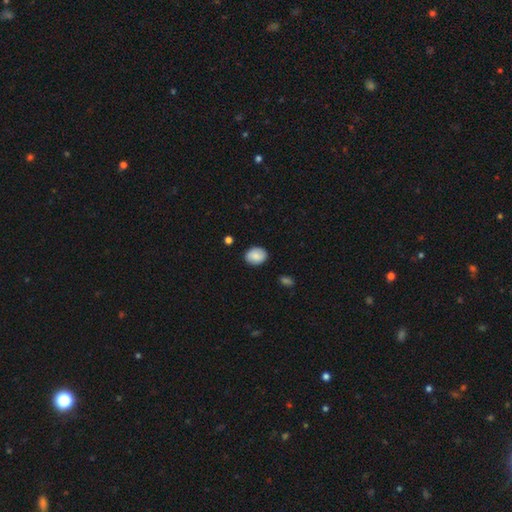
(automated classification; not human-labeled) smooth-or-featured: smooth: 79% | featured or disk: 13% | star or artifact: 7%
  how-rounded: in between: 52% | round: 47% | cigar-shaped: 1%
  merging: none: 85% | minor disturbance: 11% | major disturbance: 2% | merger: 1%